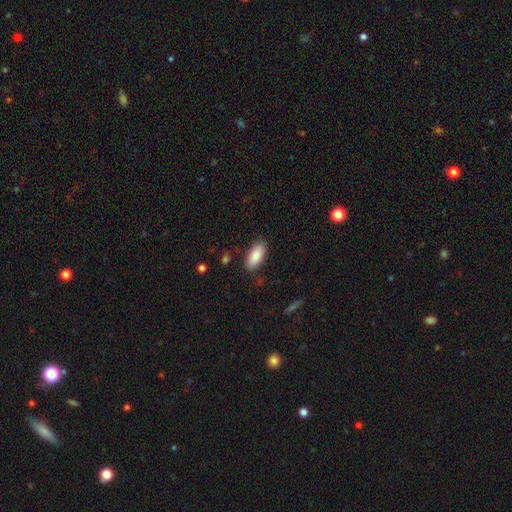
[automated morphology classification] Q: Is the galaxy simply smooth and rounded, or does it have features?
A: smooth — 86%.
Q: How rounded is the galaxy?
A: in between — 87%.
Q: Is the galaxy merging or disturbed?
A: none — 86%.